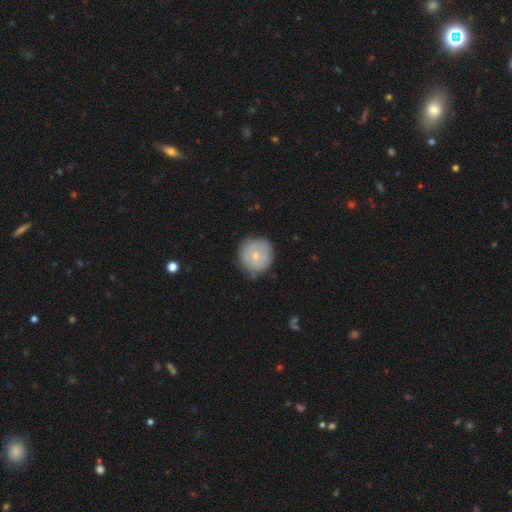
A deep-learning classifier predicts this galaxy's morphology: Smooth or featured? smooth (68%)
How rounded? round (94%)
Merging? none (78%)